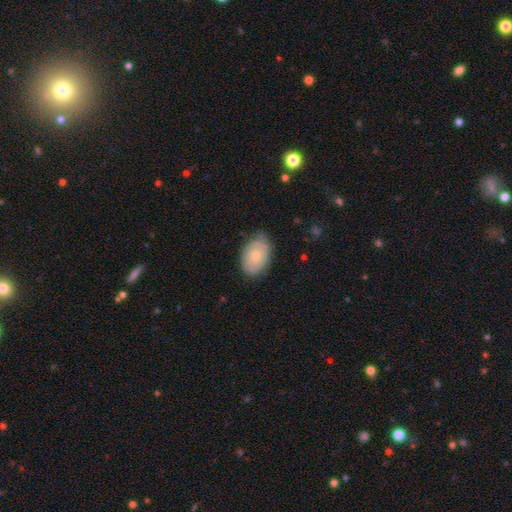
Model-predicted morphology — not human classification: smooth_or_featured: smooth (p=0.60) [alt: featured or disk p=0.33]
how_rounded: in between (p=0.80) [alt: round p=0.19]
merging: none (p=0.70) [alt: minor disturbance p=0.24]